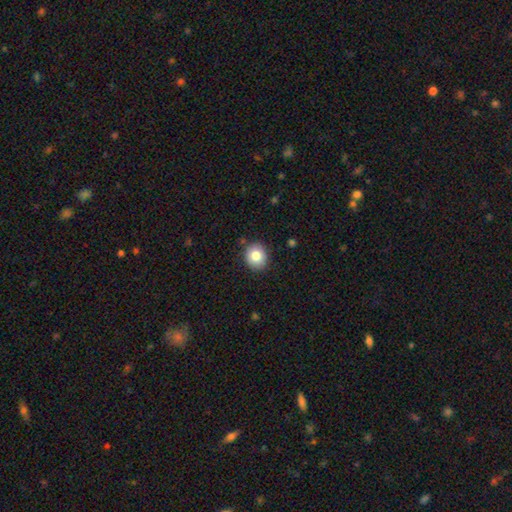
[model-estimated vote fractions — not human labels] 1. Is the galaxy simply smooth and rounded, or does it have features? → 82% smooth, 9% star or artifact, 9% featured or disk.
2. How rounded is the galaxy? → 75% round, 24% in between, 1% cigar-shaped.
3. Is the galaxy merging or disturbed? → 88% none, 9% minor disturbance, 2% major disturbance, 1% merger.